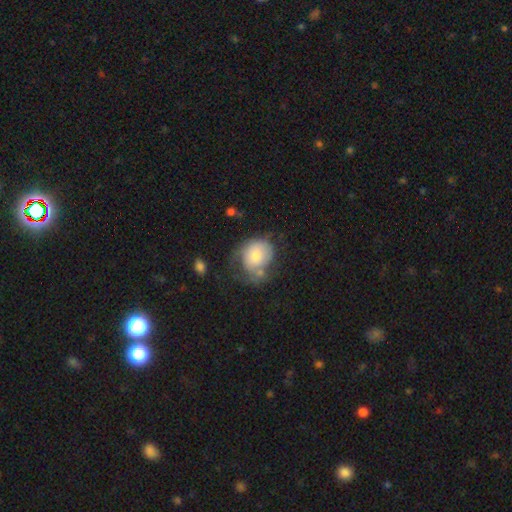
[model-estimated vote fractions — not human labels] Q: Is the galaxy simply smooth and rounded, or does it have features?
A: smooth — 66%.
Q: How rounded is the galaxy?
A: round — 62%.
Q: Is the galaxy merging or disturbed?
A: none — 33%.